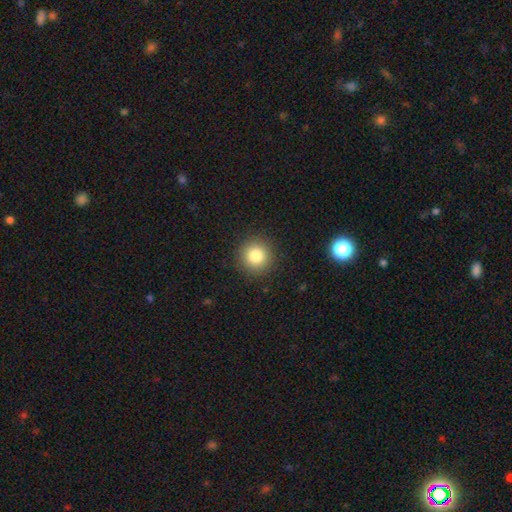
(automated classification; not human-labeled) smooth-or-featured: smooth: 82% | star or artifact: 11% | featured or disk: 7%
  how-rounded: round: 95% | in between: 4% | cigar-shaped: 1%
  merging: none: 91% | minor disturbance: 6% | major disturbance: 2% | merger: 1%